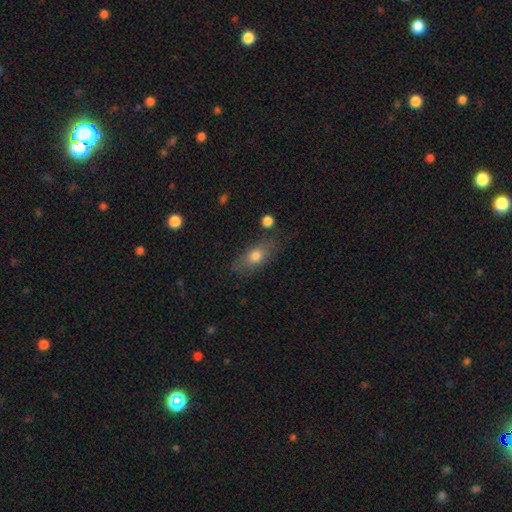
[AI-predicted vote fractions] A smooth galaxy with no disk features (74%) that is in between round and cigar-shaped (76%). Merging: none (70%).